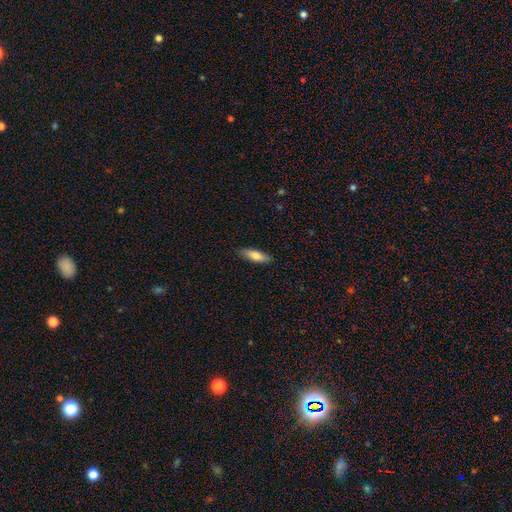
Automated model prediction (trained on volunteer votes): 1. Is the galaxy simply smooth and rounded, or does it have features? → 76% smooth, 17% featured or disk, 6% star or artifact.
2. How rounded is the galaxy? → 53% in between, 45% cigar-shaped, 2% round.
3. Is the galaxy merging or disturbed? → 87% none, 10% minor disturbance, 2% major disturbance, 1% merger.